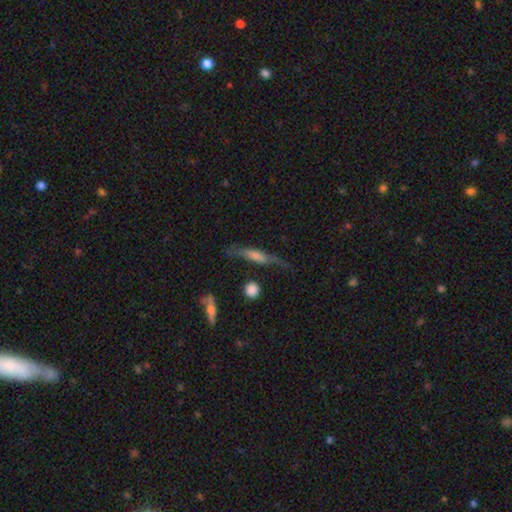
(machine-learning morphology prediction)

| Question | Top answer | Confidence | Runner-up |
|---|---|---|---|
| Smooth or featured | featured or disk | 53% | smooth (38%) |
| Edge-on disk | yes | 82% | no (18%) |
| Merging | none | 58% | minor disturbance (24%) |